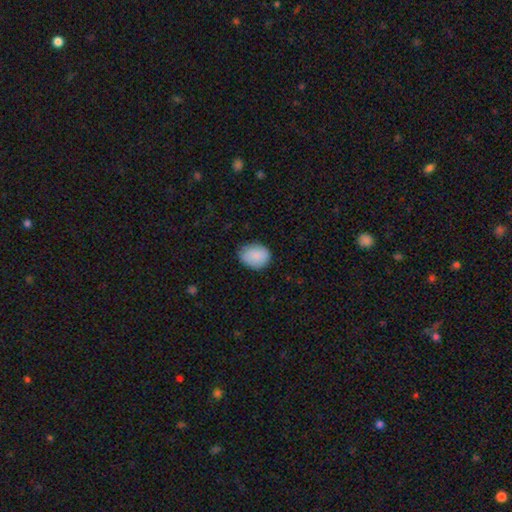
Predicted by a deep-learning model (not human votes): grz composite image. It shows a smooth galaxy with no disk features (87%) that is in between round and cigar-shaped (53%). Merging: none (78%).